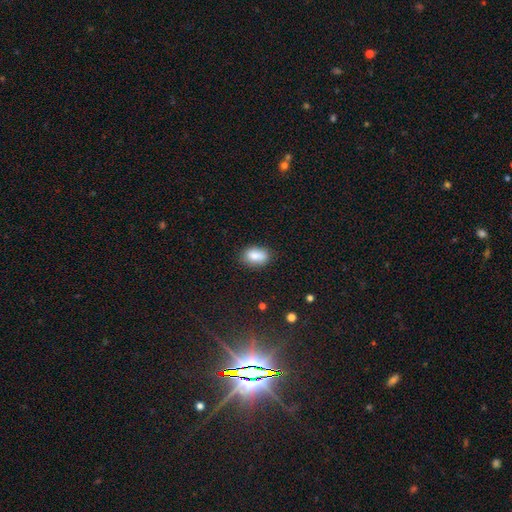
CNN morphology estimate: This appears to be a smooth galaxy with no disk features (85%) that is in between round and cigar-shaped (86%). Merging: none (79%).